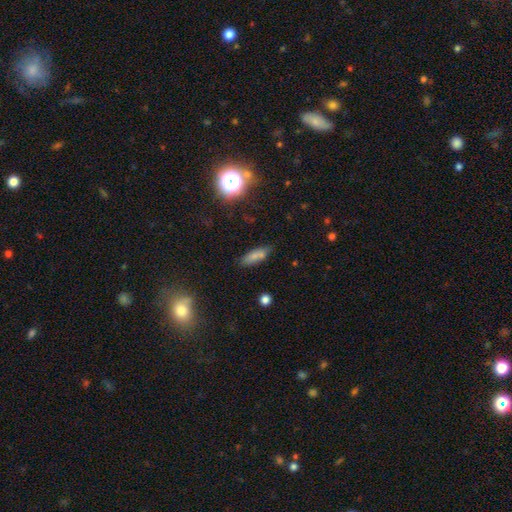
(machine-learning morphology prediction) Q: Smooth or featured?
A: smooth (74%); runner-up: star or artifact (13%)
Q: How rounded?
A: in between (58%); runner-up: cigar-shaped (39%)
Q: Merging?
A: none (72%); runner-up: minor disturbance (17%)